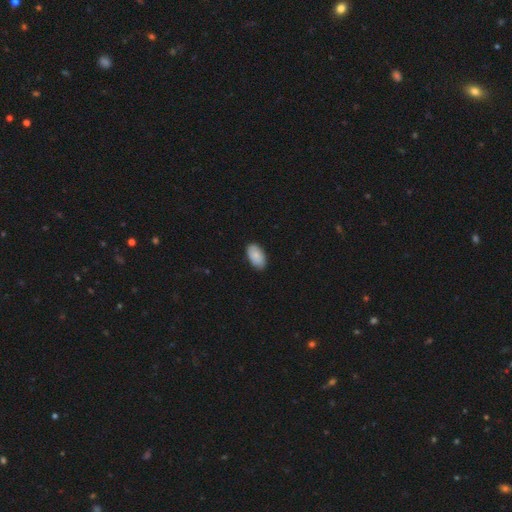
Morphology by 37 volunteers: Smooth or featured?
  - smooth: 86% *
  - featured or disk: 11%
  - star or artifact: 3%
How rounded?
  - in between: 97% *
  - round: 3%
  - cigar-shaped: 0%
Merging?
  - none: 86% *
  - minor disturbance: 11%
  - major disturbance: 3%
  - merger: 0%